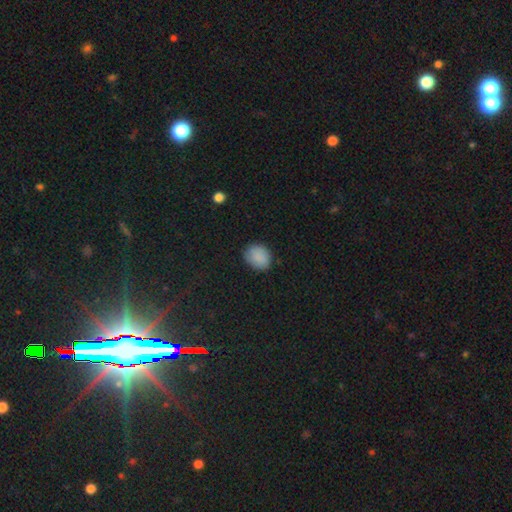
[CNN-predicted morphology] Smooth or featured?
  - smooth: 87% *
  - star or artifact: 9%
  - featured or disk: 4%
How rounded?
  - round: 53% *
  - in between: 46%
  - cigar-shaped: 1%
Merging?
  - none: 83% *
  - minor disturbance: 13%
  - major disturbance: 3%
  - merger: 1%